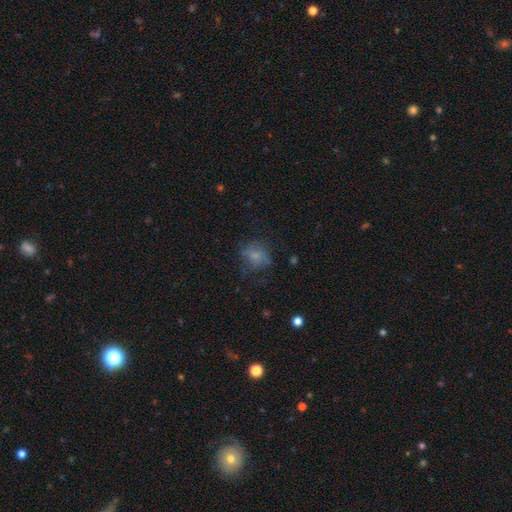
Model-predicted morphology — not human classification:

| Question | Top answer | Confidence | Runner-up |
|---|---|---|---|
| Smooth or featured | smooth | 59% | featured or disk (26%) |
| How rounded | round | 62% | in between (37%) |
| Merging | none | 56% | minor disturbance (23%) |